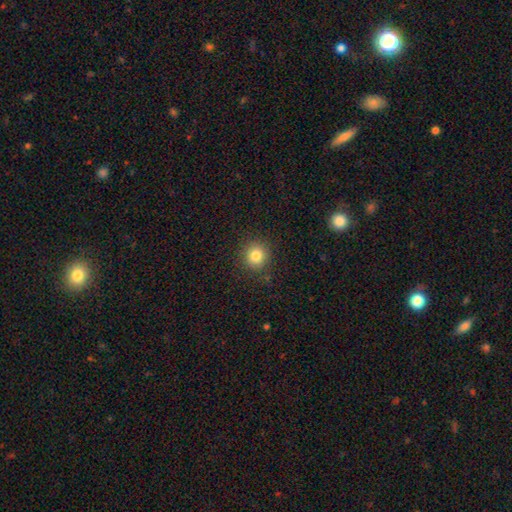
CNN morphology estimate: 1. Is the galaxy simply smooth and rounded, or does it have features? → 82% smooth, 12% star or artifact, 6% featured or disk.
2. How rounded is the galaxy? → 92% round, 7% in between, 1% cigar-shaped.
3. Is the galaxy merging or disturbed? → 89% none, 7% minor disturbance, 3% major disturbance, 1% merger.